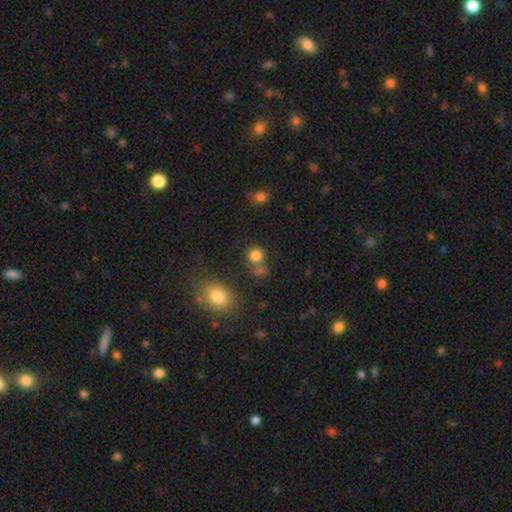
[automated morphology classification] Smooth or featured: smooth — 80% (star or artifact — 14%)
How rounded: round — 85% (in between — 14%)
Merging: none — 59% (merger — 26%)